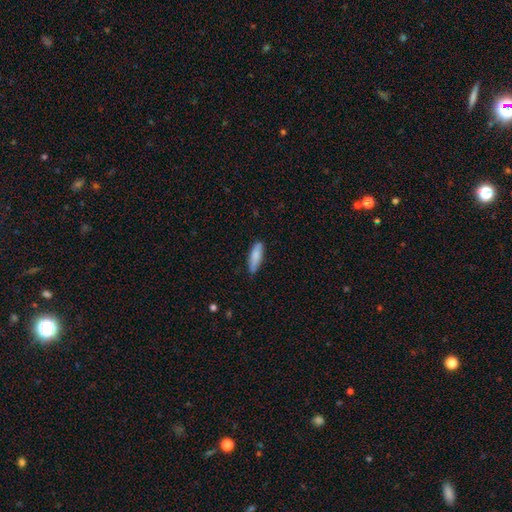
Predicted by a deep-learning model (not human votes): Overall: smooth (84%). How rounded: cigar-shaped (56%; in between 42%). Merging: none (83%).